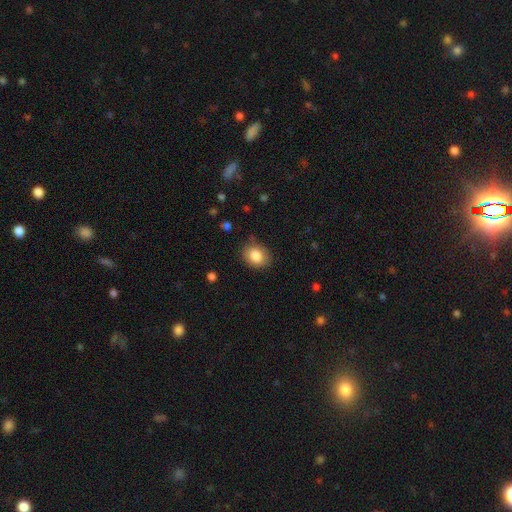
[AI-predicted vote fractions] Smooth or featured? Predicted: smooth (p=0.85). How rounded? Predicted: in between (p=0.54). Merging? Predicted: none (p=0.81).